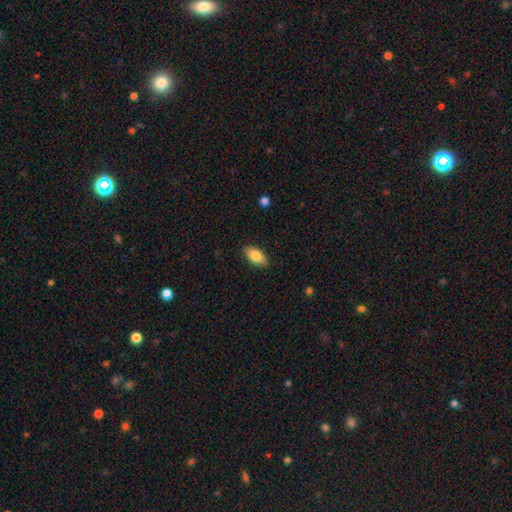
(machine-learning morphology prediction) smooth 81%, featured or disk 12%, star or artifact 7%. Down the decision tree: how rounded — in between (91%); merging — none (87%).